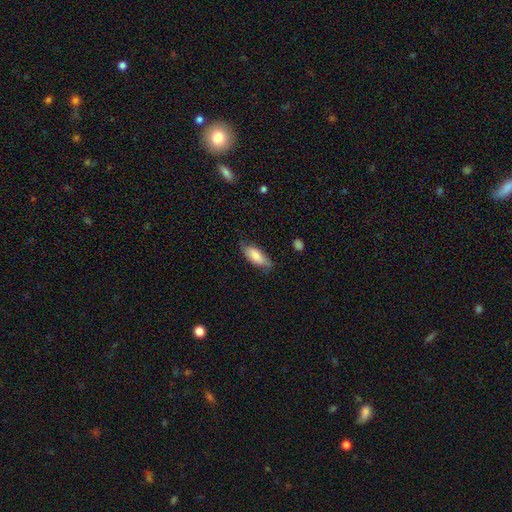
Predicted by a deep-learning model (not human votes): smooth-or-featured: smooth: 80% | featured or disk: 14% | star or artifact: 6%
  how-rounded: in between: 76% | cigar-shaped: 22% | round: 2%
  merging: none: 72% | minor disturbance: 22% | major disturbance: 5% | merger: 1%